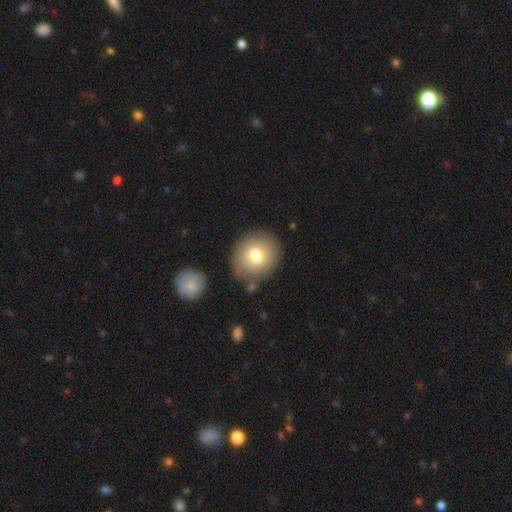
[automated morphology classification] The model was most divided on "smooth or featured": smooth: 76%, featured or disk: 15%, star or artifact: 9%. More confident: how rounded — round (83%); merging — none (81%).